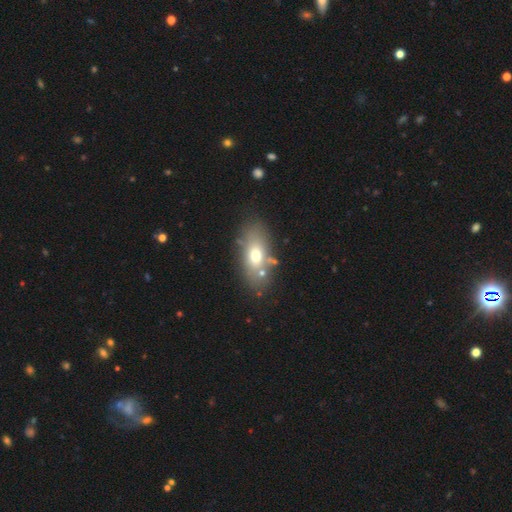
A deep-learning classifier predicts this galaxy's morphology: smooth-or-featured: smooth: 66% | featured or disk: 23% | star or artifact: 11%
  how-rounded: in between: 83% | round: 10% | cigar-shaped: 7%
  merging: none: 71% | minor disturbance: 14% | merger: 9% | major disturbance: 6%